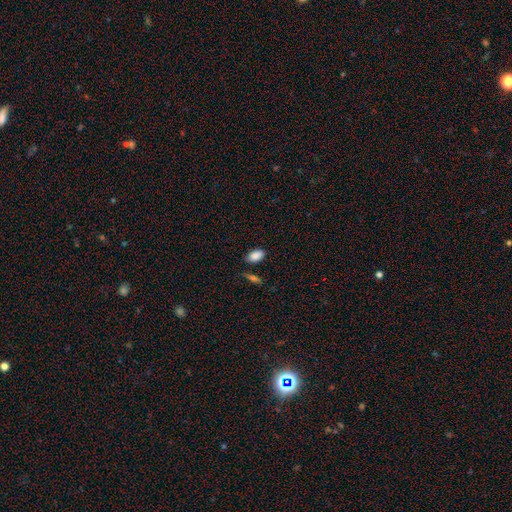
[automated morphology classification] smooth 88%, star or artifact 7%, featured or disk 5%. Down the decision tree: how rounded — in between (93%); merging — none (78%).